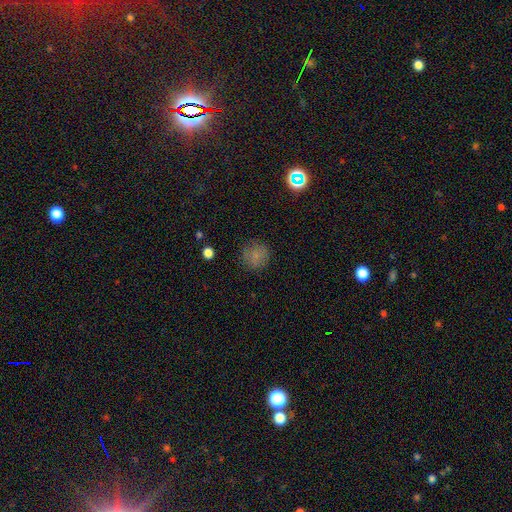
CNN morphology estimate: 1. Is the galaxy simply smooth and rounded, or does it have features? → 76% smooth, 15% star or artifact, 9% featured or disk.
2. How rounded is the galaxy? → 92% round, 7% in between, 1% cigar-shaped.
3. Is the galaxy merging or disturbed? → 83% none, 12% minor disturbance, 4% major disturbance, 2% merger.